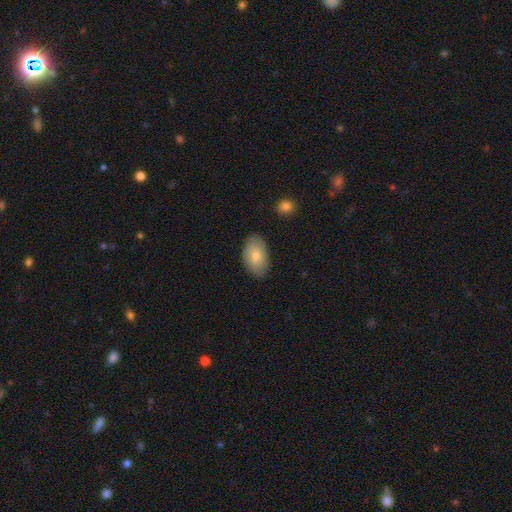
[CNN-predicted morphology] Smooth or featured: smooth — 75% (featured or disk — 18%)
How rounded: in between — 94% (round — 5%)
Merging: none — 84% (minor disturbance — 12%)